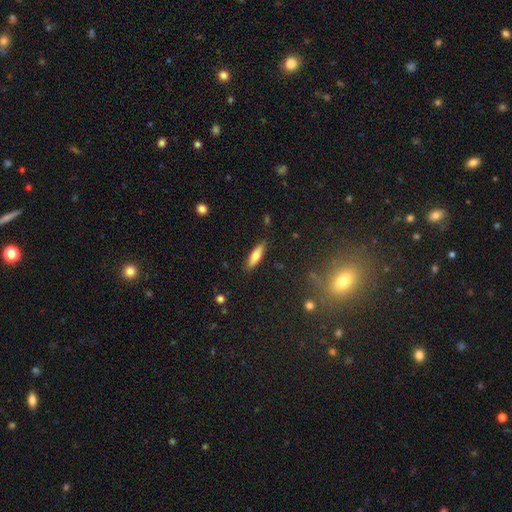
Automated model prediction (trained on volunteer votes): smooth 64%, featured or disk 29%, star or artifact 7%. Down the decision tree: how rounded — cigar-shaped (58%); merging — none (88%).